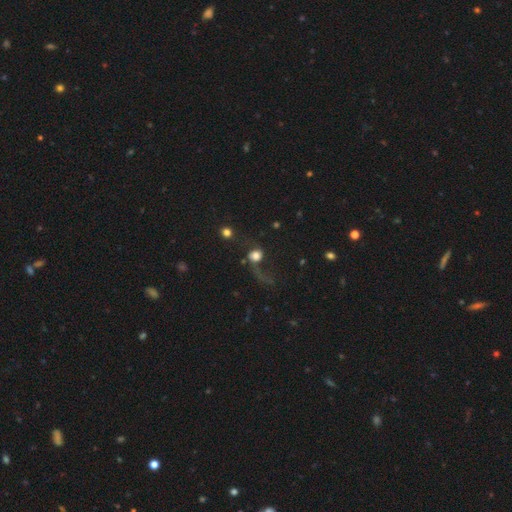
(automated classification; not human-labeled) A smooth galaxy with no disk features (59%) that is round (78%). Merging: major disturbance (46%).